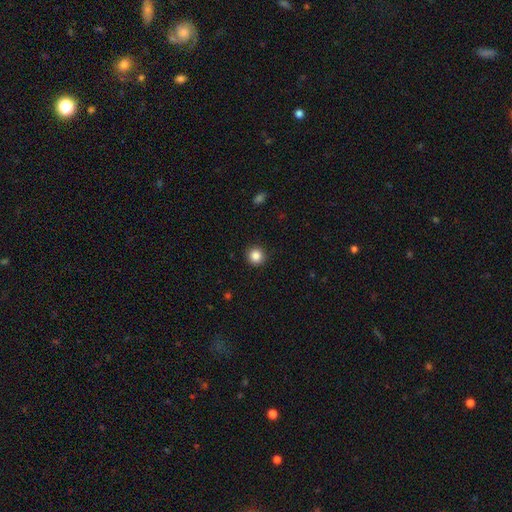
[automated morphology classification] The model was most divided on "smooth or featured": smooth: 86%, star or artifact: 11%, featured or disk: 4%. More confident: how rounded — round (94%); merging — none (92%).